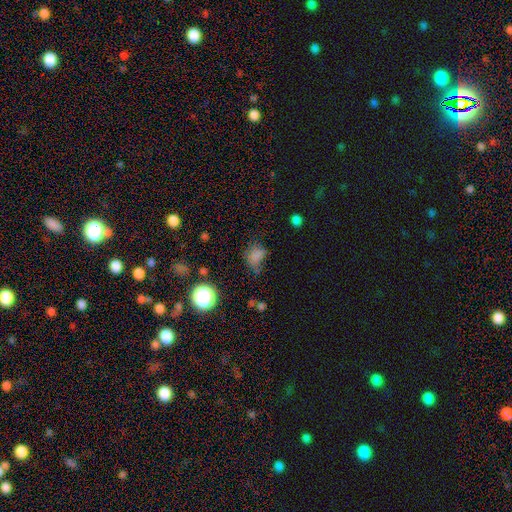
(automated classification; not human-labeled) Q: Smooth or featured?
A: smooth (71%); runner-up: star or artifact (20%)
Q: How rounded?
A: in between (55%); runner-up: round (44%)
Q: Merging?
A: none (45%); runner-up: minor disturbance (31%)